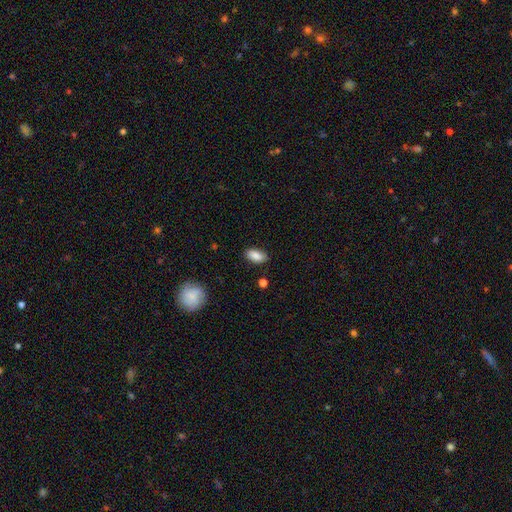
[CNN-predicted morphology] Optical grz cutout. It shows a smooth galaxy with no disk features (86%) that is in between round and cigar-shaped (90%). Merging: none (84%).